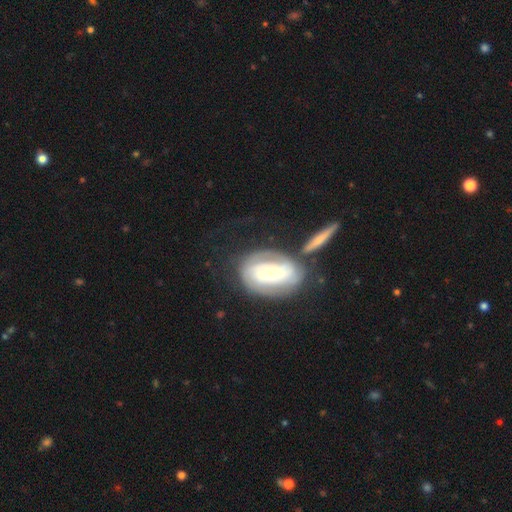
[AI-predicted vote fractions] A featured or disk galaxy (67%) with no bar (49%), spiral arms (73%) and a moderate central bulge (50%). Merging: none (50%).